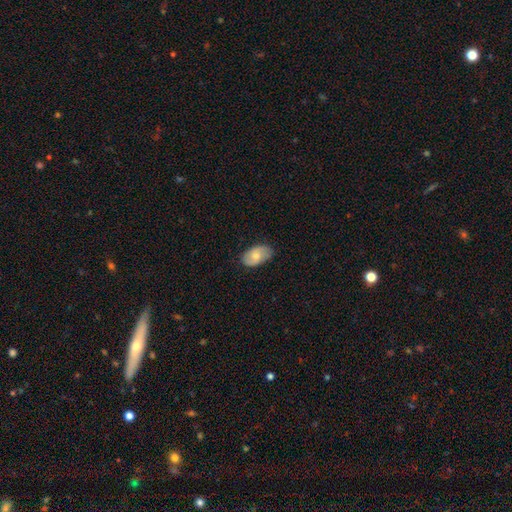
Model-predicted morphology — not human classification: Overall: smooth (65%; featured or disk 29%). How rounded: in between (92%). Merging: none (75%).